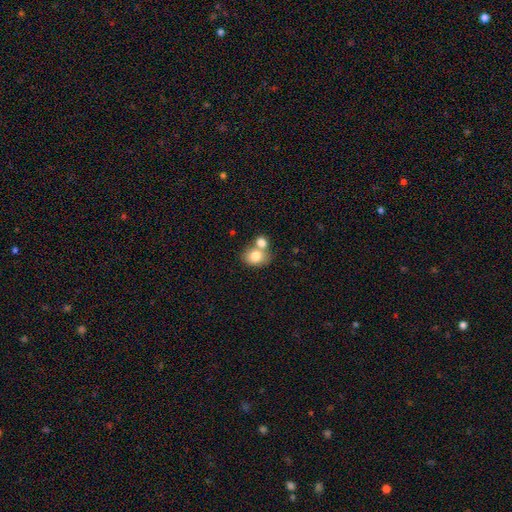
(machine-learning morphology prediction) This appears to be a smooth galaxy with no disk features (80%) that is round (53%). Merging: merger (47%).